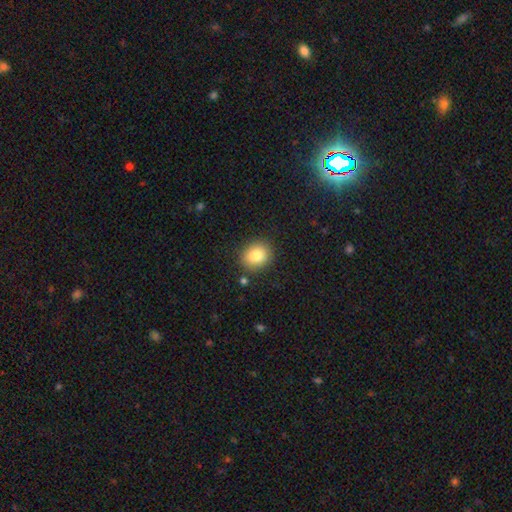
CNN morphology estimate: type=smooth (83%); roundness=round (61%); merging=none (86%).